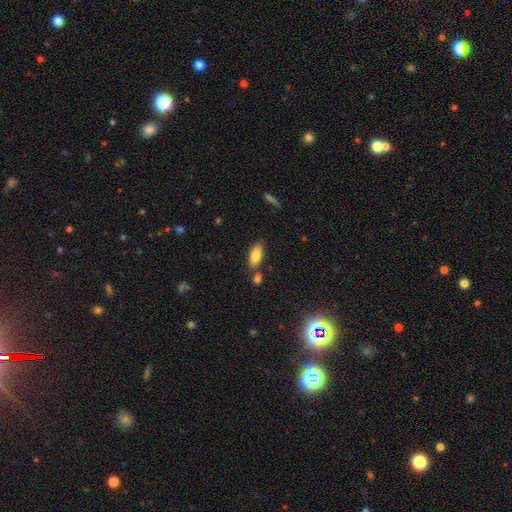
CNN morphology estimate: A smooth galaxy with no disk features (83%) that is in between round and cigar-shaped (84%).

Vote fractions:
- Smooth or featured? smooth: 83% / featured or disk: 9% / star or artifact: 8%
- How rounded? in between: 84% / cigar-shaped: 13% / round: 2%
- Merging? none: 72% / minor disturbance: 13% / merger: 11% / major disturbance: 3%